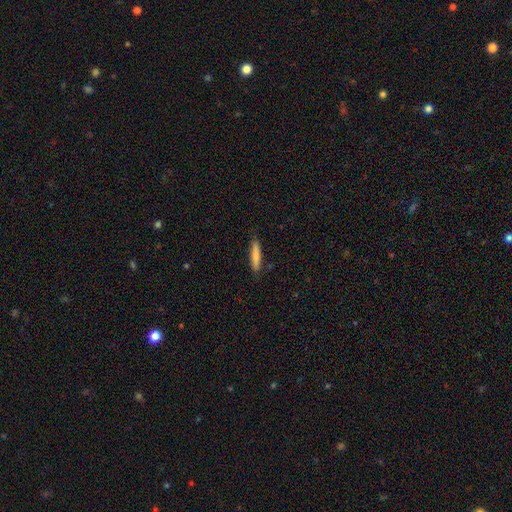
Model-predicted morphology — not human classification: Smooth or featured: smooth — 80% (featured or disk — 14%)
How rounded: cigar-shaped — 89% (in between — 10%)
Merging: none — 87% (minor disturbance — 9%)